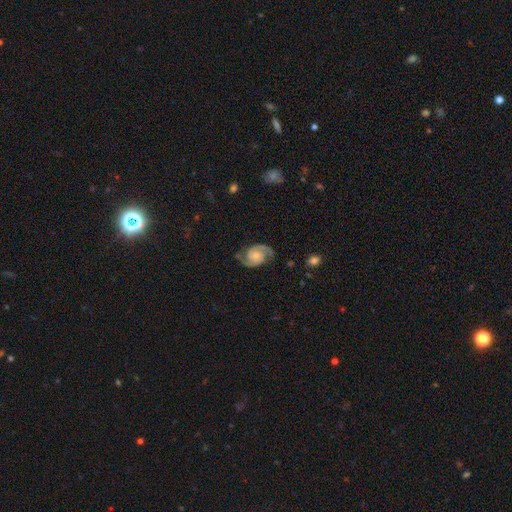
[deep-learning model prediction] This appears to be a featured or disk galaxy (89%) with no bar (68%), 2 (94%) medium (53%) spiral arms (98%) and a small central bulge (44%). Merging: none (81%).